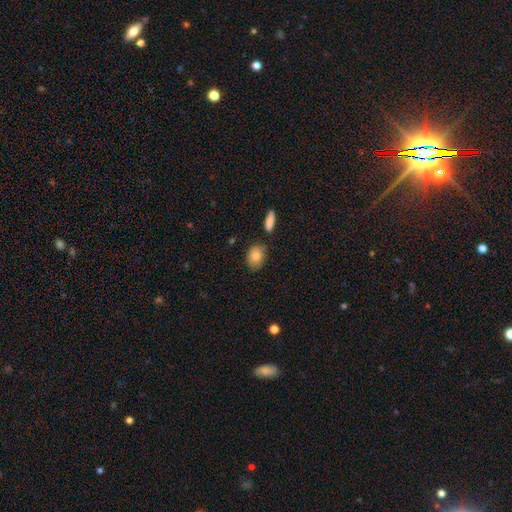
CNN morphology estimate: A smooth galaxy with no disk features (84%) that is in between round and cigar-shaped (70%). Merging: none (75%).